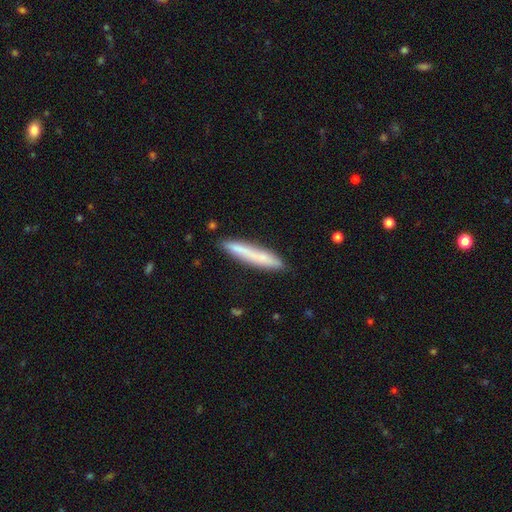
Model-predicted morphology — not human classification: Smooth or featured? smooth (70%)
How rounded? cigar-shaped (93%)
Merging? none (82%)